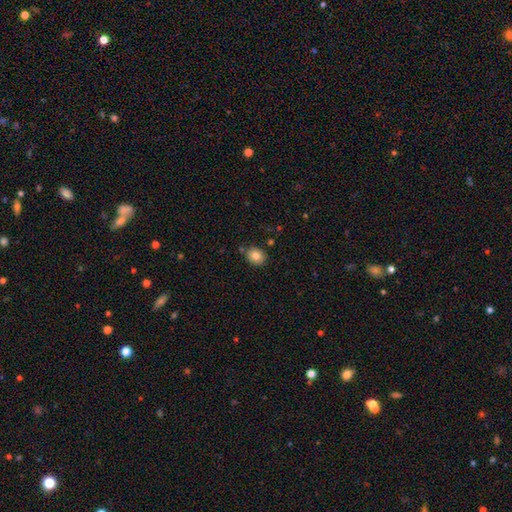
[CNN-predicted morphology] This appears to be a smooth galaxy with no disk features (82%) that is round (59%). Merging: none (82%).